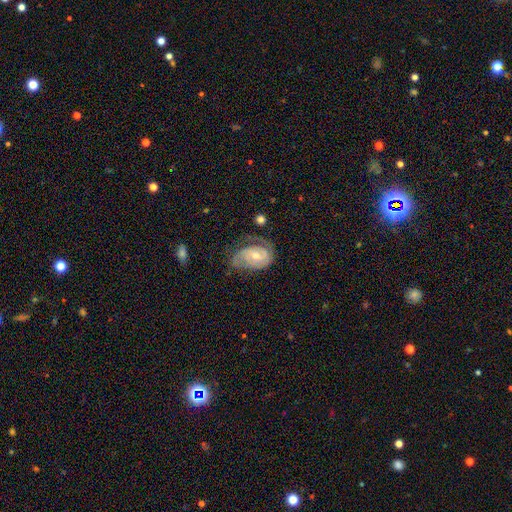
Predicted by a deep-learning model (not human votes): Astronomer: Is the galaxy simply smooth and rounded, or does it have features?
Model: featured or disk — 73%.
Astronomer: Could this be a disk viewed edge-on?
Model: no — 96%.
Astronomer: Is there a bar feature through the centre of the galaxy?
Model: no — 48% (runner-up: weak, 42%).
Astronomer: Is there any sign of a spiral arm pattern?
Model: yes — 89%.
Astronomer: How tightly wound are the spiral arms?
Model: tight — 47% (runner-up: medium, 38%).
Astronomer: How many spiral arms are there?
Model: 2 — 55%.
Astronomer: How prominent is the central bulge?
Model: moderate — 53% (runner-up: small, 42%).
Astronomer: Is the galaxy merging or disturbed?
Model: none — 47% (runner-up: minor disturbance, 29%).